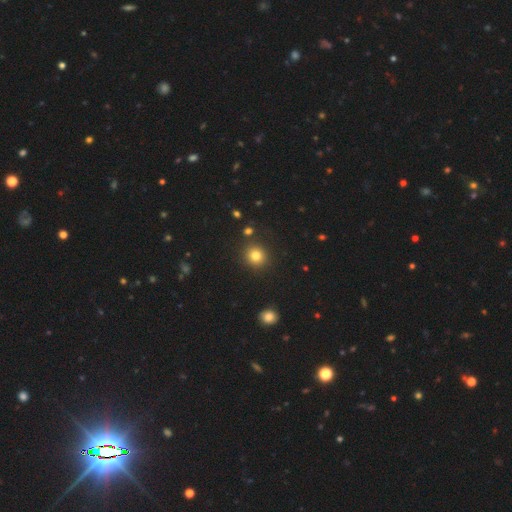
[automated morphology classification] Smooth or featured?
  - smooth: 81% *
  - star or artifact: 13%
  - featured or disk: 6%
How rounded?
  - round: 88% *
  - in between: 11%
  - cigar-shaped: 1%
Merging?
  - none: 88% *
  - minor disturbance: 6%
  - merger: 3%
  - major disturbance: 2%